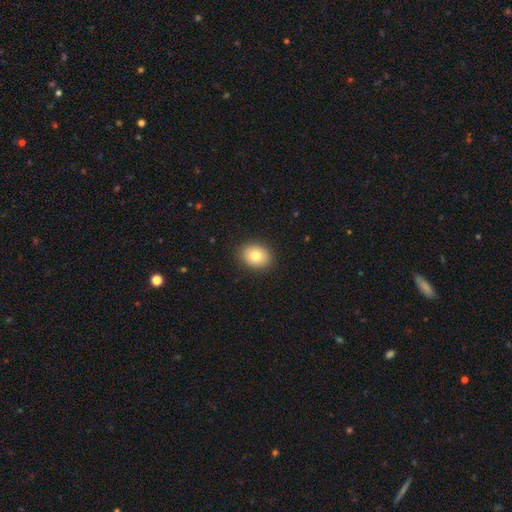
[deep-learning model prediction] Smooth or featured? smooth (81%)
How rounded? in between (55%)
Merging? none (90%)